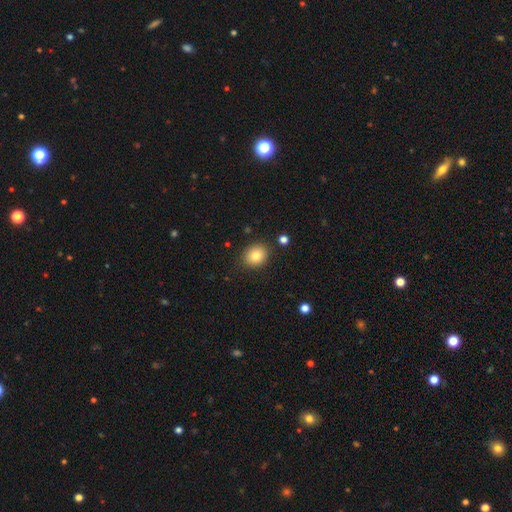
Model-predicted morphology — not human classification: This is clearly a smooth galaxy (82%). How rounded: likely round (66%). Merging: clearly none (87%).